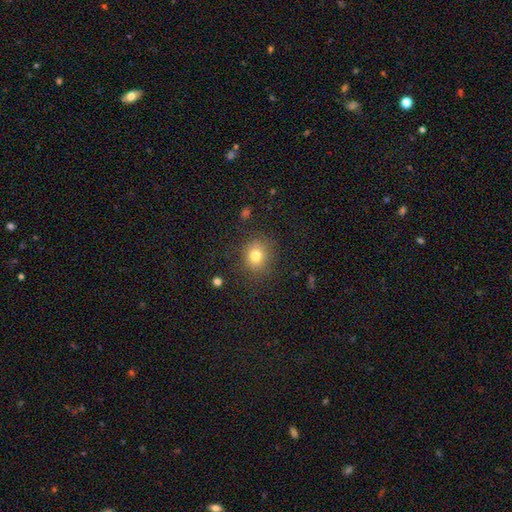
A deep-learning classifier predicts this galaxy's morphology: smooth-or-featured: smooth: 78% | star or artifact: 13% | featured or disk: 9%
  how-rounded: round: 80% | in between: 19% | cigar-shaped: 1%
  merging: none: 82% | minor disturbance: 12% | major disturbance: 5% | merger: 2%